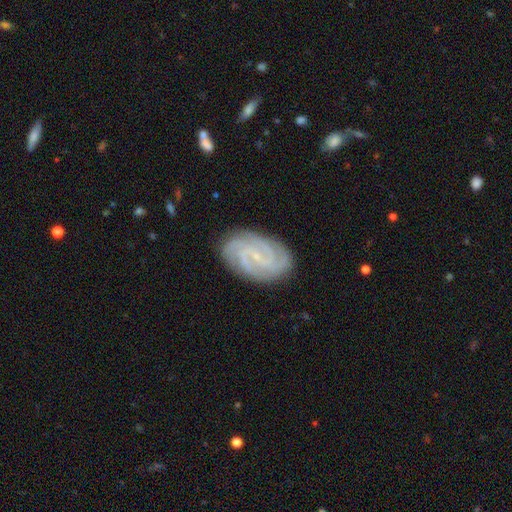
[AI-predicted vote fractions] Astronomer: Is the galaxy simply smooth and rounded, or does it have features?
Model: featured or disk — 86%.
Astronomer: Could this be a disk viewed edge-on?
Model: no — 97%.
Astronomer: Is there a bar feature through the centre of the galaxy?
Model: no — 43% (runner-up: weak, 42%).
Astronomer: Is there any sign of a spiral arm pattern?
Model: yes — 98%.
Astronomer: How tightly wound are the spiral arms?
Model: tight — 69%.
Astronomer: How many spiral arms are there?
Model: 3 — 25% (runner-up: 4, 24%).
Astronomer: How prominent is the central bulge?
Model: small — 78%.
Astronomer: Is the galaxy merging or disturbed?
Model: none — 84%.